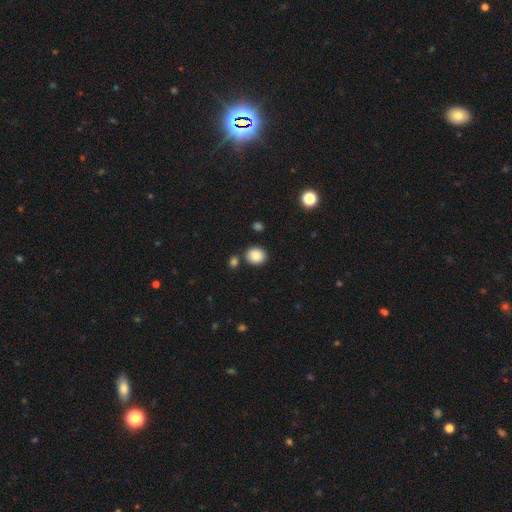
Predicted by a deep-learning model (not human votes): A smooth galaxy with no disk features (87%) that is round (78%). Merging: none (82%).